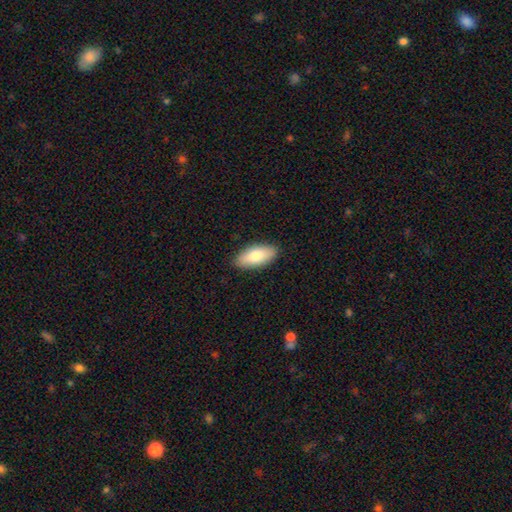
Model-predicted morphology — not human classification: smooth_or_featured: smooth (p=0.78) [alt: featured or disk p=0.16]
how_rounded: in between (p=0.88) [alt: cigar-shaped p=0.09]
merging: none (p=0.89) [alt: minor disturbance p=0.08]